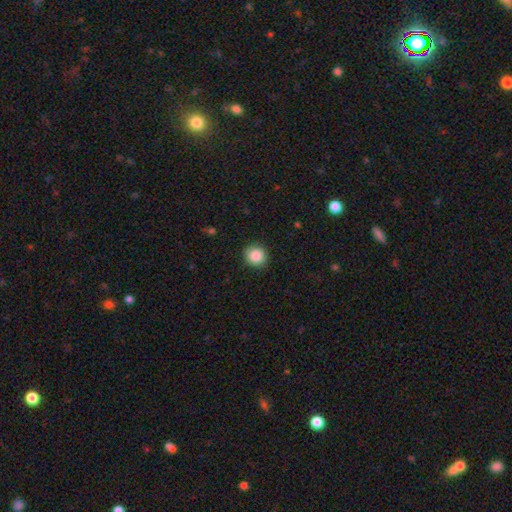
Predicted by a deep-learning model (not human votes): Q: Smooth or featured?
A: smooth (88%); runner-up: star or artifact (9%)
Q: How rounded?
A: round (89%); runner-up: in between (10%)
Q: Merging?
A: none (90%); runner-up: minor disturbance (7%)